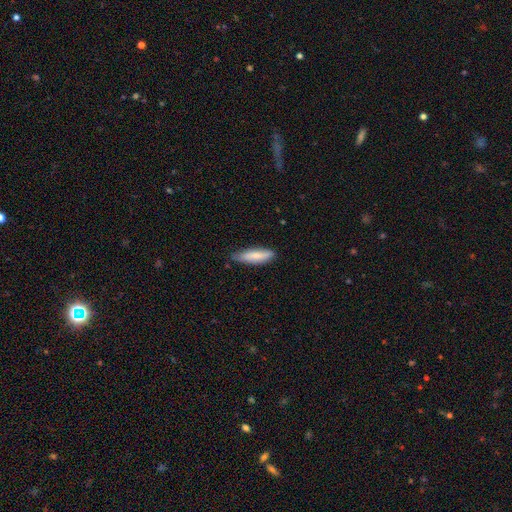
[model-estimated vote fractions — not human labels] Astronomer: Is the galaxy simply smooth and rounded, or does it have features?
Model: smooth — 76%.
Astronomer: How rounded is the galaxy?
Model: cigar-shaped — 60% (runner-up: in between, 39%).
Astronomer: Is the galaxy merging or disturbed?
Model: none — 74%.